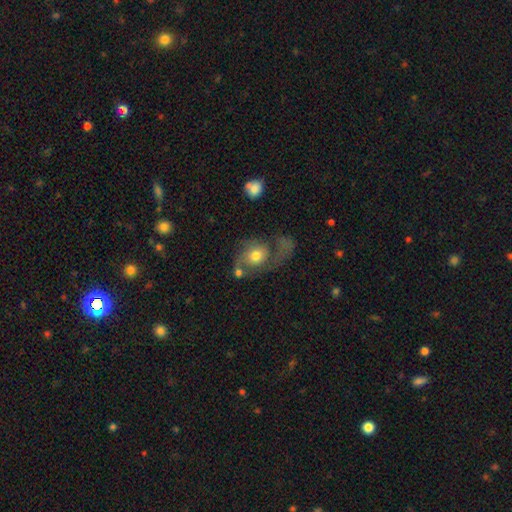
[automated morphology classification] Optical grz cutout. It shows a featured or disk galaxy (56%) with no bar (78%), spiral arms (76%) and a moderate central bulge (67%). Merging: major disturbance (42%).